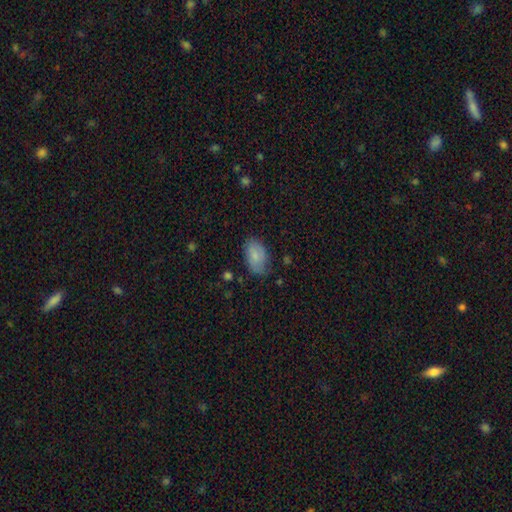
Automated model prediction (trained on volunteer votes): smooth 81%, featured or disk 12%, star or artifact 7%. Down the decision tree: how rounded — in between (92%); merging — none (70%).